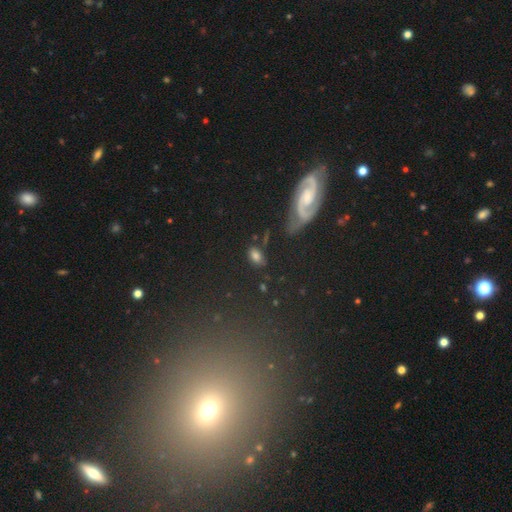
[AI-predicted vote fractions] smooth_or_featured: smooth (p=0.70) [alt: featured or disk p=0.16]
how_rounded: in between (p=0.86) [alt: round p=0.11]
merging: none (p=0.71) [alt: minor disturbance p=0.17]